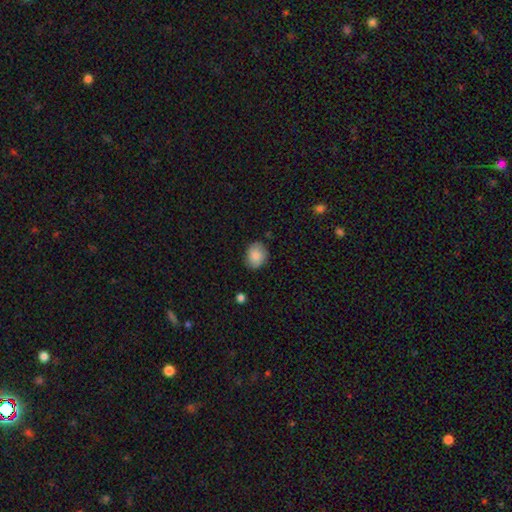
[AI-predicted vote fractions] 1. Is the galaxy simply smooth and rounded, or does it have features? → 84% smooth, 9% featured or disk, 8% star or artifact.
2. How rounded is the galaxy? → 54% round, 45% in between, 1% cigar-shaped.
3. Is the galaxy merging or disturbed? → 79% none, 17% minor disturbance, 3% major disturbance, 1% merger.